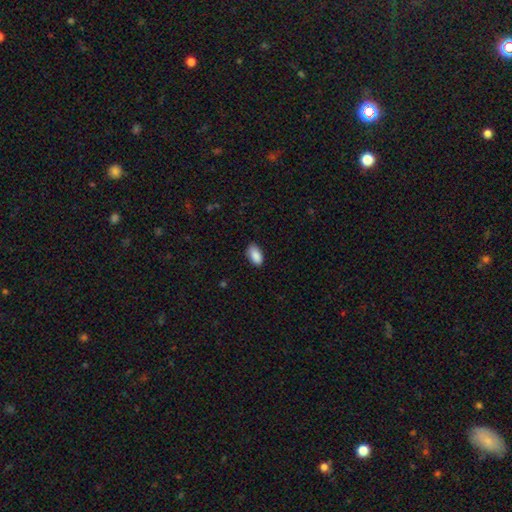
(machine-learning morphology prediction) smooth 89%, star or artifact 7%, featured or disk 4%. Down the decision tree: how rounded — in between (94%); merging — none (84%).